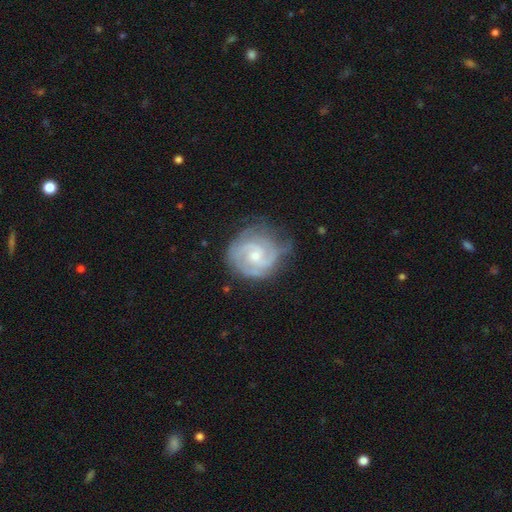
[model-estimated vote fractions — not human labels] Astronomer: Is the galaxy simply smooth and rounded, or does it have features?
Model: featured or disk — 86%.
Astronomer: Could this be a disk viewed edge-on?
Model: no — 98%.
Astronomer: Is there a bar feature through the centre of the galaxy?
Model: no — 61%.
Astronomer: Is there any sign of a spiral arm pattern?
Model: yes — 97%.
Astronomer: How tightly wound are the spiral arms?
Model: tight — 62%.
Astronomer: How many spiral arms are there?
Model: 2 — 49%.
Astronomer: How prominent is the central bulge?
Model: small — 61%.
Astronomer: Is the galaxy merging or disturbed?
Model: none — 66%.